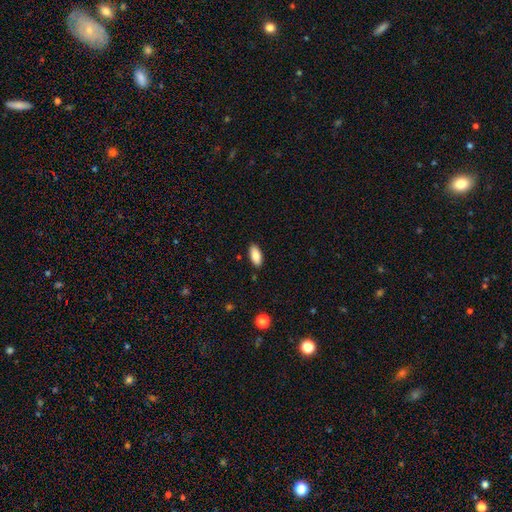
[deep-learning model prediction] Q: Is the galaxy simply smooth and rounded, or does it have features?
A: smooth — 86%.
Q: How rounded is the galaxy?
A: in between — 90%.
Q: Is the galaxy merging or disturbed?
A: none — 88%.